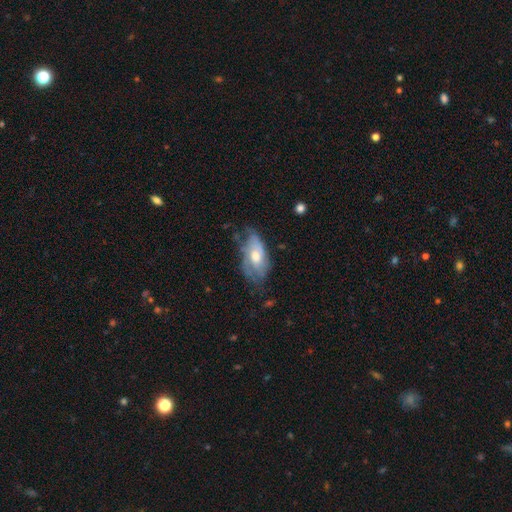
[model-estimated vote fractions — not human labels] A featured or disk galaxy (57%) with no bar (71%), spiral arms (67%) and a moderate central bulge (70%).

Vote fractions:
- Smooth or featured? featured or disk: 57% / smooth: 36% / star or artifact: 7%
- Edge-on disk? no: 88% / yes: 12%
- Bar? no: 71% / weak: 24% / strong: 5%
- Spiral arms? yes: 67% / no: 33%
- Bulge size? moderate: 70% / small: 15% / large: 12% / none: 2% / dominant: 1%
- Merging? none: 50% / minor disturbance: 32% / major disturbance: 16% / merger: 2%